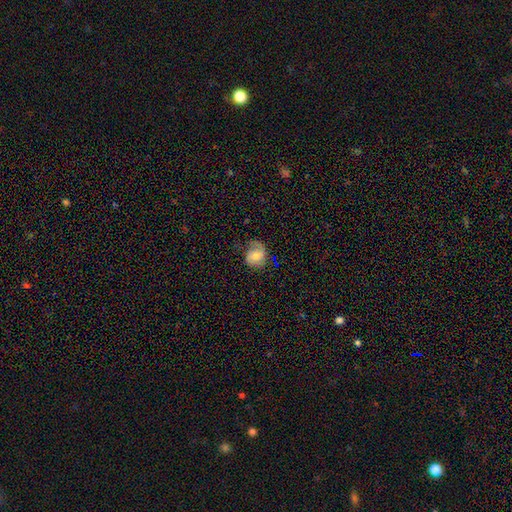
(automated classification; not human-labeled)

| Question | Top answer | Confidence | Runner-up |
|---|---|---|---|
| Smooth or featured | featured or disk | 50% | smooth (42%) |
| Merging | none | 59% | minor disturbance (26%) |